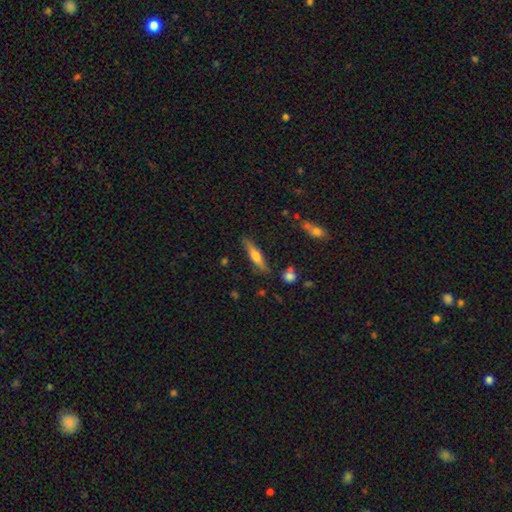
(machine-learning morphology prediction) Smooth or featured?
  - smooth: 51% *
  - featured or disk: 43%
  - star or artifact: 6%
How rounded?
  - cigar-shaped: 79% *
  - in between: 19%
  - round: 2%
Merging?
  - none: 84% *
  - minor disturbance: 11%
  - merger: 3%
  - major disturbance: 3%